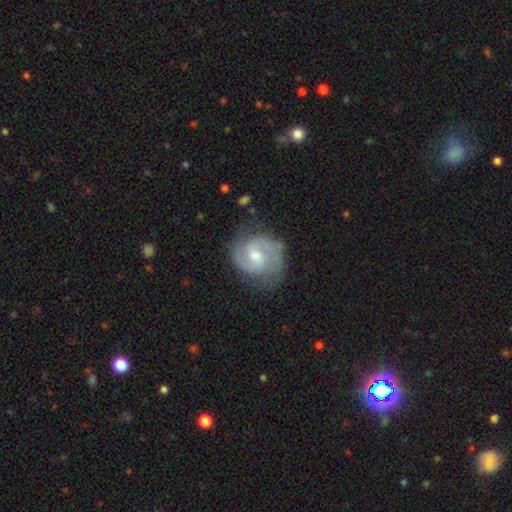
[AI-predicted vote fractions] smooth_or_featured: featured or disk (p=0.87) [alt: smooth p=0.08]
disk_edge_on: no (p=0.98) [alt: yes p=0.02]
bar: weak (p=0.53) [alt: no p=0.37]
has_spiral_arms: yes (p=0.97) [alt: no p=0.03]
spiral_winding: medium (p=0.52) [alt: tight p=0.37]
spiral_arm_count: 2 (p=0.89) [alt: can't tell p=0.04]
bulge_size: moderate (p=0.54) [alt: small p=0.41]
merging: none (p=0.78) [alt: minor disturbance p=0.16]